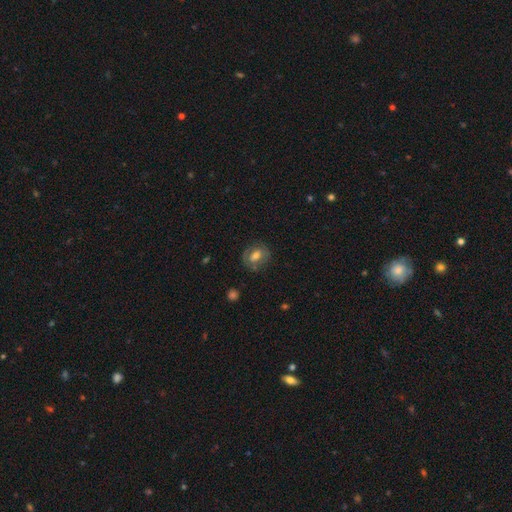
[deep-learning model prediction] Q: Smooth or featured?
A: smooth (54%); runner-up: featured or disk (37%)
Q: How rounded?
A: in between (52%); runner-up: round (46%)
Q: Merging?
A: none (70%); runner-up: minor disturbance (19%)